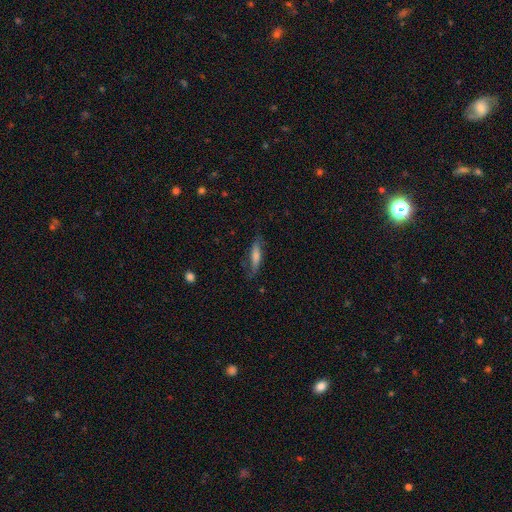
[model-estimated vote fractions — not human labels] This appears to be a smooth galaxy with no disk features (49%). Merging: none (69%).